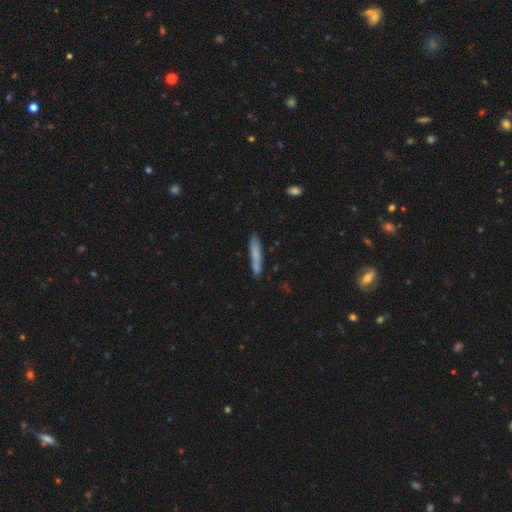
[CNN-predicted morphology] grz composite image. It shows a smooth galaxy with no disk features (75%) that is cigar-shaped (93%). Merging: none (82%).